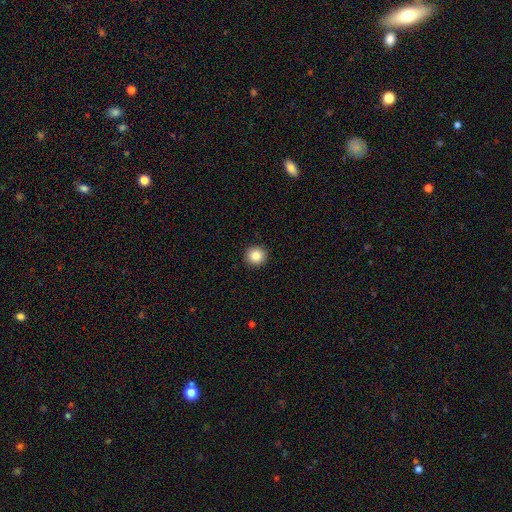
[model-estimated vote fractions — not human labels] Smooth or featured? Predicted: smooth (p=0.85). How rounded? Predicted: round (p=0.93). Merging? Predicted: none (p=0.93).